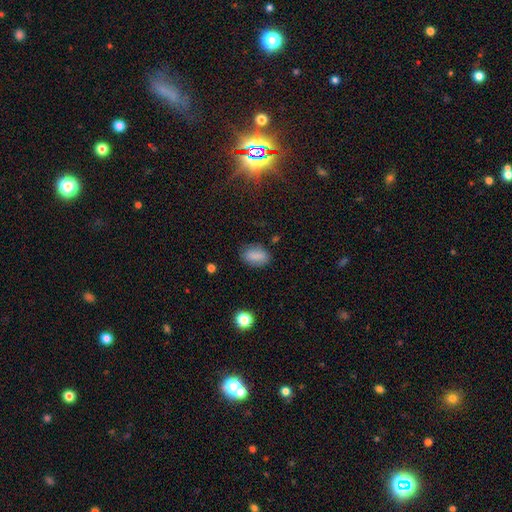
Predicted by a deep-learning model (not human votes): This is clearly a smooth galaxy (84%). How rounded: clearly in between (88%). Merging: likely none (76%).